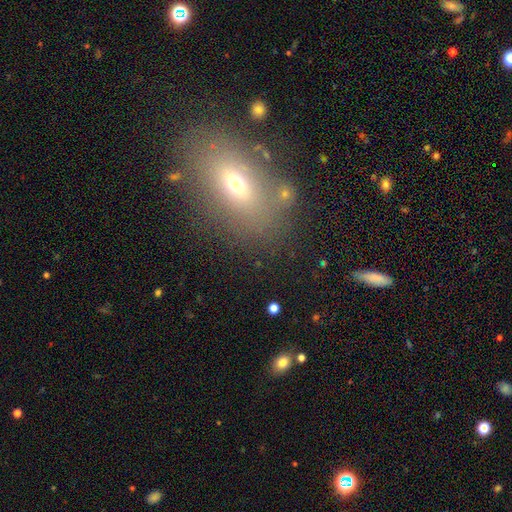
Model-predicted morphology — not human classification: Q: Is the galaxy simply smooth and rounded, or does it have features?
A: smooth — 59%.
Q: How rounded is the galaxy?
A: in between — 79%.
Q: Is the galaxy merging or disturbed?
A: none — 80%.